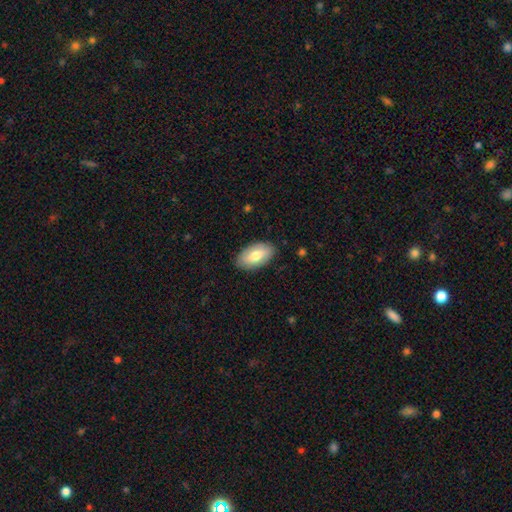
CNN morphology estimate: Smooth or featured: smooth — 74% (featured or disk — 20%)
How rounded: in between — 95% (round — 3%)
Merging: none — 86% (minor disturbance — 11%)